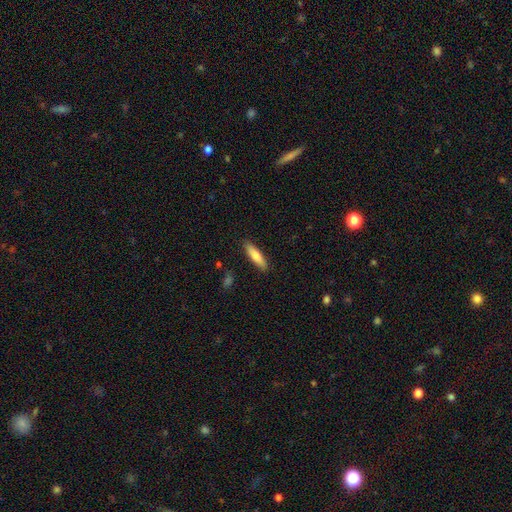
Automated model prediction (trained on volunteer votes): smooth-or-featured: smooth: 77% | featured or disk: 17% | star or artifact: 6%
  how-rounded: cigar-shaped: 71% | in between: 28% | round: 2%
  merging: none: 87% | minor disturbance: 9% | major disturbance: 2% | merger: 1%